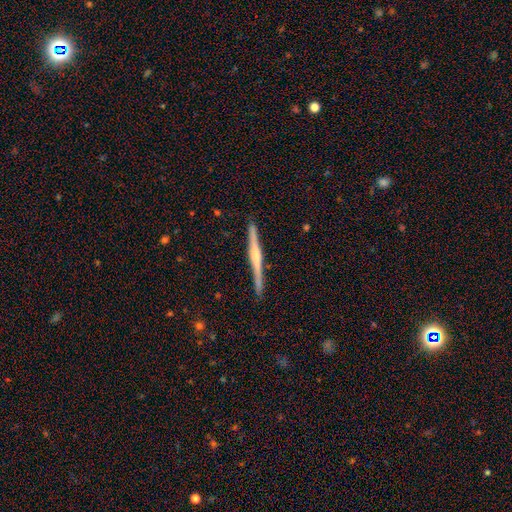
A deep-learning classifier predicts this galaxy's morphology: featured or disk 74%, smooth 21%, star or artifact 6%. Down the decision tree: edge-on disk — yes (98%); edge-on bulge — rounded (67%); merging — none (91%).